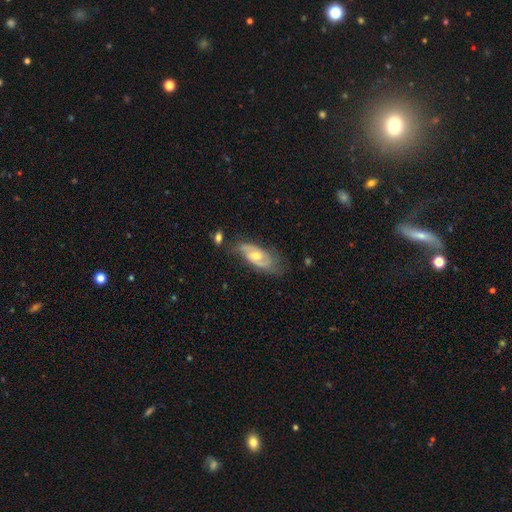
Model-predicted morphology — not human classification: smooth_or_featured: featured or disk (p=0.66) [alt: smooth p=0.27]
disk_edge_on: no (p=0.89) [alt: yes p=0.11]
bar: no (p=0.61) [alt: weak p=0.31]
has_spiral_arms: yes (p=0.76) [alt: no p=0.24]
bulge_size: moderate (p=0.67) [alt: small p=0.26]
merging: none (p=0.58) [alt: minor disturbance p=0.27]